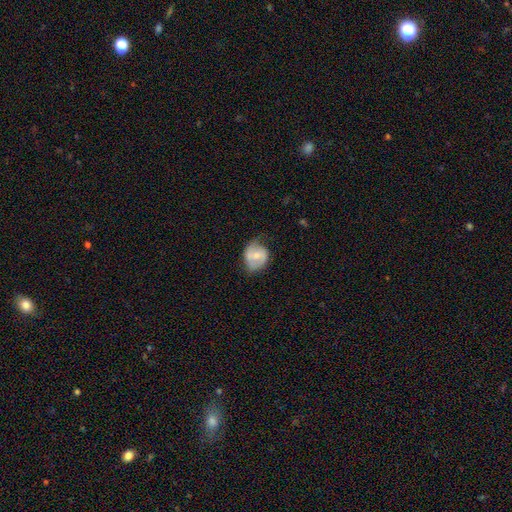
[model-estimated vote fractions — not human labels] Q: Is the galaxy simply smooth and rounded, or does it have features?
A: smooth — 49%.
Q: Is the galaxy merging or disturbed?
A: none — 52%.